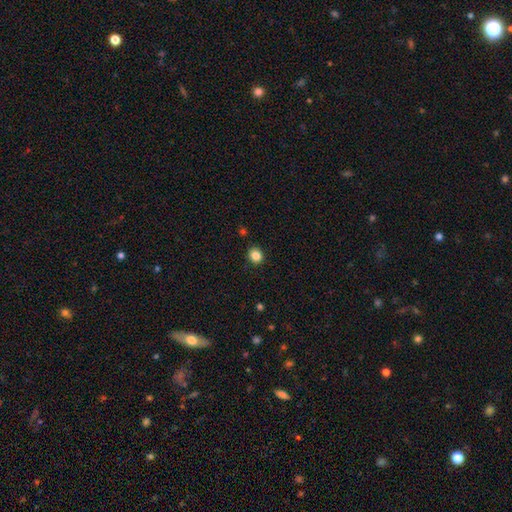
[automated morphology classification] smooth_or_featured: smooth (p=0.85) [alt: star or artifact p=0.11]
how_rounded: round (p=0.72) [alt: in between p=0.27]
merging: none (p=0.90) [alt: minor disturbance p=0.07]